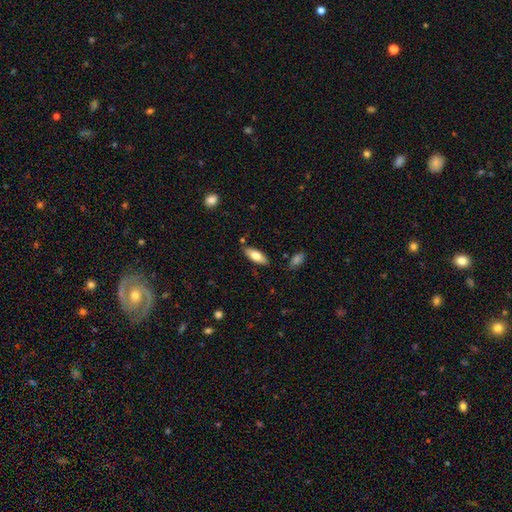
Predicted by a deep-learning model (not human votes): Overall: smooth (71%). How rounded: in between (71%). Merging: none (83%).